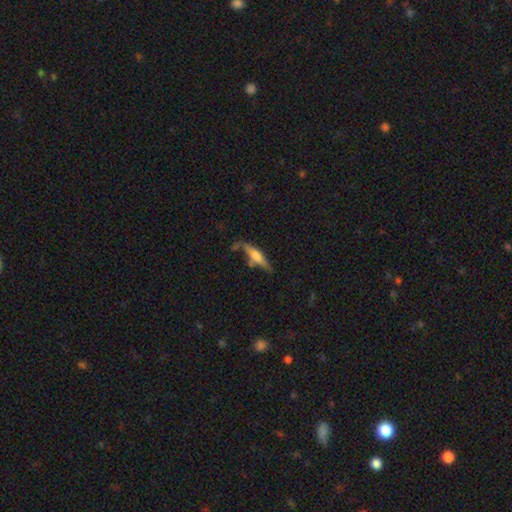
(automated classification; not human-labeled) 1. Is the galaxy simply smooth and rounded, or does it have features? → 48% featured or disk, 45% smooth, 8% star or artifact.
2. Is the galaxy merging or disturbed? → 53% none, 23% minor disturbance, 12% major disturbance, 11% merger.